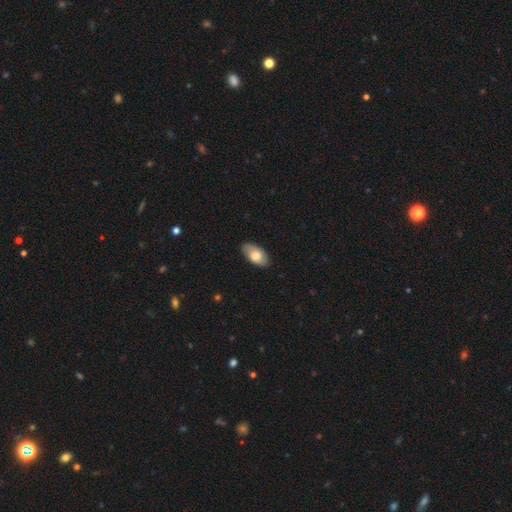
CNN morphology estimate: Smooth or featured: smooth — 74% (featured or disk — 20%)
How rounded: in between — 94% (round — 3%)
Merging: none — 84% (minor disturbance — 13%)